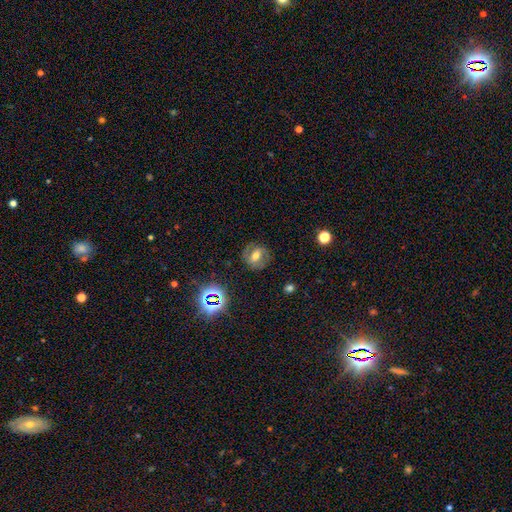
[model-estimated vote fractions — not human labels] A featured or disk galaxy (45%). Merging: none (78%).